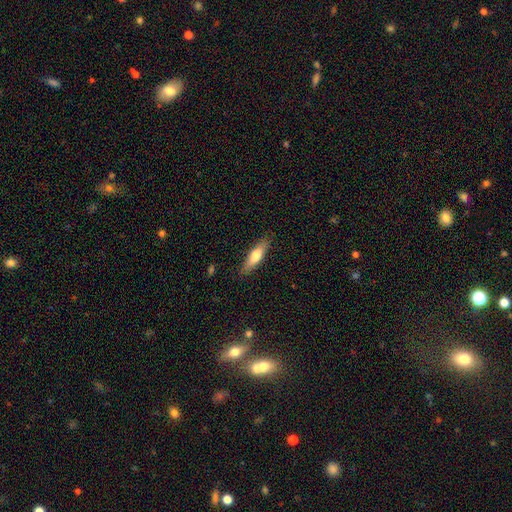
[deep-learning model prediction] This appears to be a smooth galaxy with no disk features (65%) that is cigar-shaped (62%). Merging: none (86%).